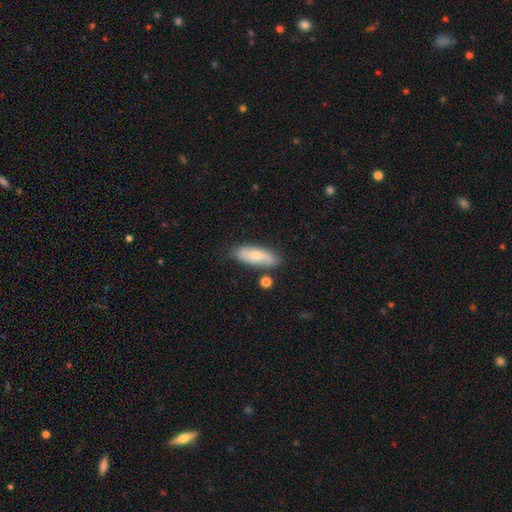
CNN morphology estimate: The model was most divided on "how rounded": in between: 66%, cigar-shaped: 32%, round: 2%. More confident: merging — none (74%); smooth or featured — smooth (68%).